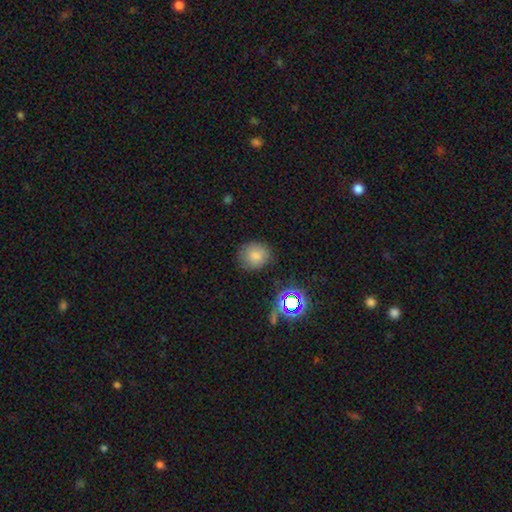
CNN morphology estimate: Q: Smooth or featured?
A: smooth (78%); runner-up: star or artifact (14%)
Q: How rounded?
A: round (84%); runner-up: in between (15%)
Q: Merging?
A: none (80%); runner-up: minor disturbance (14%)